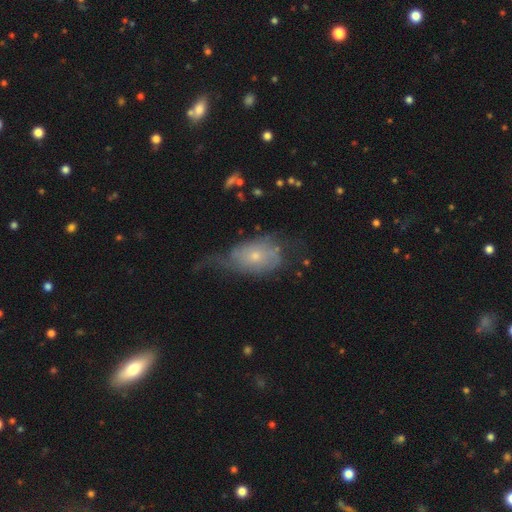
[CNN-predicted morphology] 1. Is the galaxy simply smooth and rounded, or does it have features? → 53% featured or disk, 38% smooth, 9% star or artifact.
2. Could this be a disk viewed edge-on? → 92% no, 8% yes.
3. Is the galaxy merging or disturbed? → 33% major disturbance, 32% none, 32% minor disturbance, 3% merger.